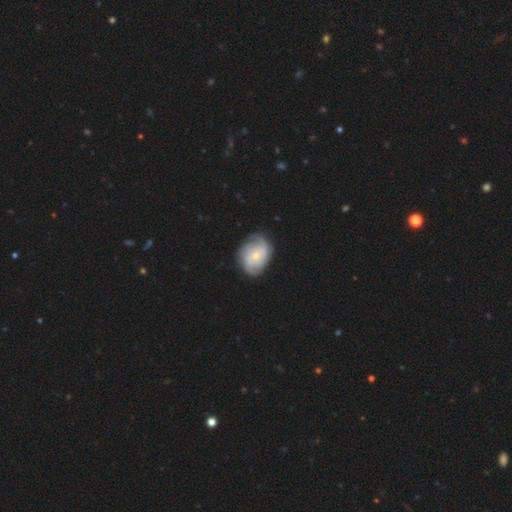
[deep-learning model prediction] A featured or disk galaxy (73%) with no bar (75%), 2 (30%) tight (57%) spiral arms (92%) and a small central bulge (56%).

Vote fractions:
- Smooth or featured? featured or disk: 73% / smooth: 21% / star or artifact: 6%
- Edge-on disk? no: 98% / yes: 2%
- Bar? no: 75% / weak: 21% / strong: 3%
- Spiral arms? yes: 92% / no: 8%
- Spiral winding? tight: 57% / medium: 32% / loose: 11%
- Spiral arm count? 2: 30% / can't tell: 29% / 3: 24% / 4: 8% / 1: 5% / more than 4: 5%
- Bulge size? small: 56% / moderate: 40% / large: 2% / none: 1% / dominant: 1%
- Merging? none: 73% / minor disturbance: 20% / major disturbance: 6% / merger: 1%